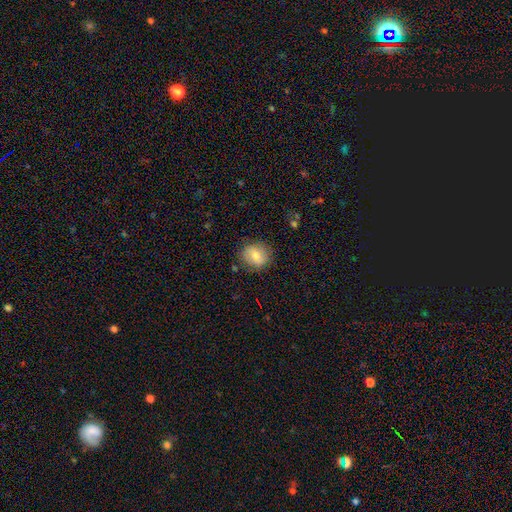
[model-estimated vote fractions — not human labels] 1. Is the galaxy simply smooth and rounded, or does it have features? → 69% smooth, 23% featured or disk, 8% star or artifact.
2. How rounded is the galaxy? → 72% round, 27% in between, 1% cigar-shaped.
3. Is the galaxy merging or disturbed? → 80% none, 14% minor disturbance, 4% major disturbance, 1% merger.